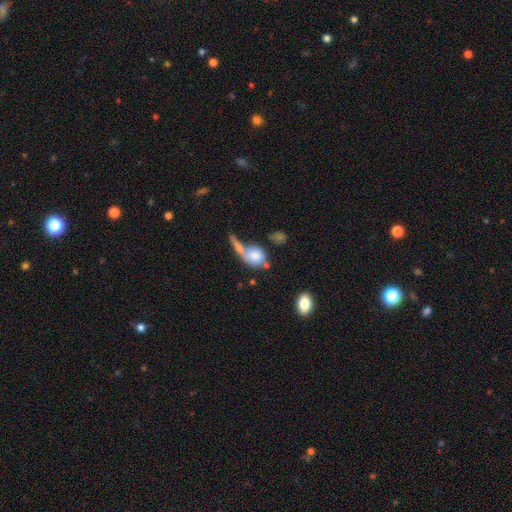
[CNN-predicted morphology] smooth 74%, featured or disk 18%, star or artifact 8%. Down the decision tree: how rounded — in between (56%); merging — merger (44%).